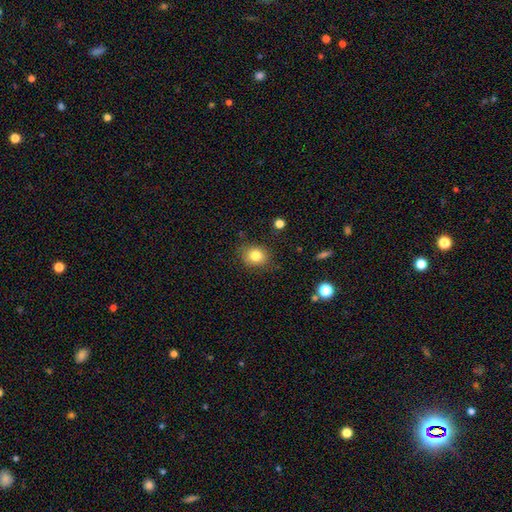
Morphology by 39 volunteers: This is clearly a smooth galaxy (85%). How rounded: likely round (64%). Merging: clearly none (80%).